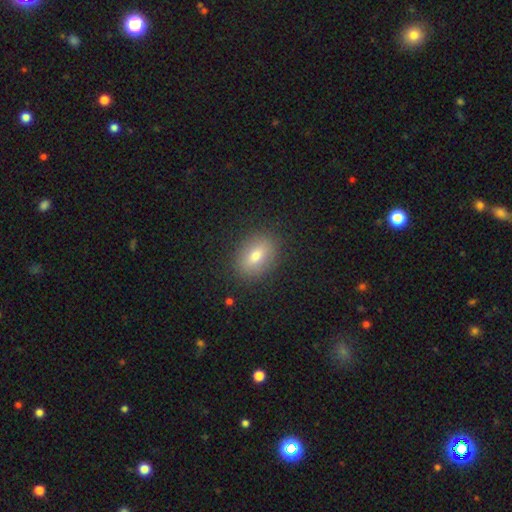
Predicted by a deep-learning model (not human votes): The model was most divided on "smooth or featured": smooth: 74%, featured or disk: 17%, star or artifact: 9%. More confident: merging — none (87%); how rounded — in between (80%).